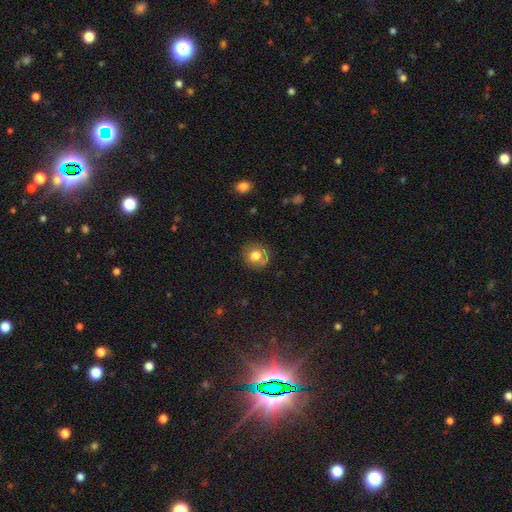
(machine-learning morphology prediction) Smooth or featured?
  - smooth: 71% *
  - featured or disk: 19%
  - star or artifact: 10%
How rounded?
  - round: 85% *
  - in between: 14%
  - cigar-shaped: 1%
Merging?
  - none: 79% *
  - minor disturbance: 14%
  - major disturbance: 5%
  - merger: 2%